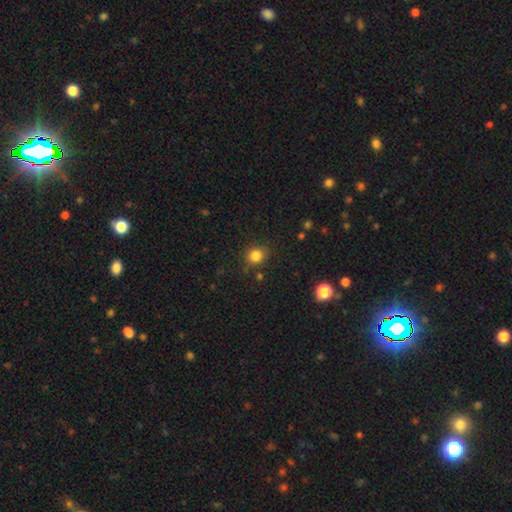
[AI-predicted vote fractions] A smooth galaxy with no disk features (83%) that is round (85%). Merging: none (82%).